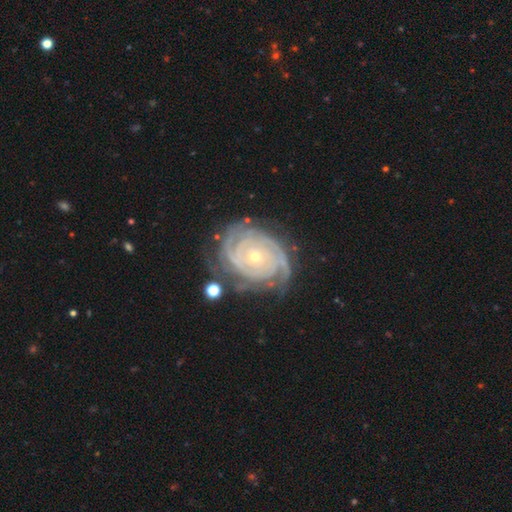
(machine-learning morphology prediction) Smooth or featured? Predicted: featured or disk (p=0.89). Edge-on disk? Predicted: no (p=0.97). Bar? Predicted: no (p=0.78). Spiral arms? Predicted: yes (p=0.98). Spiral winding? Predicted: tight (p=0.85). Spiral arm count? Predicted: 3 (p=0.23). Bulge size? Predicted: small (p=0.67). Merging? Predicted: none (p=0.73).